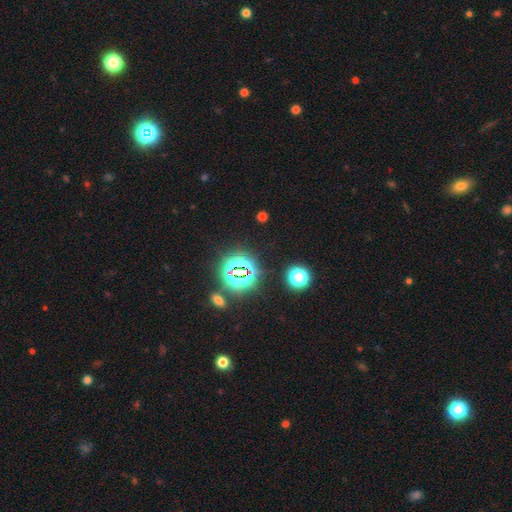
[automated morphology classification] Q: Smooth or featured?
A: star or artifact (79%); runner-up: smooth (14%)